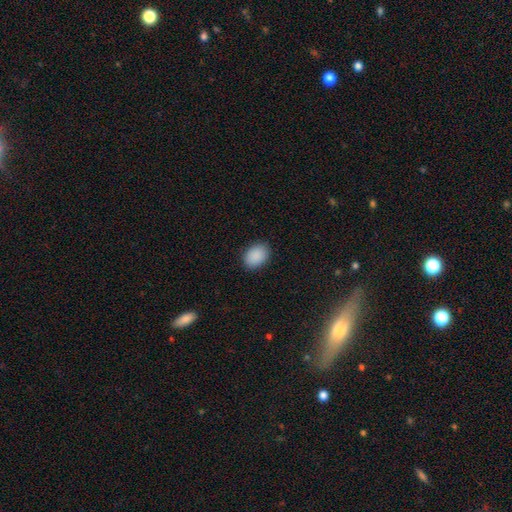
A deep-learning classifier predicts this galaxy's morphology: This is clearly a smooth galaxy (90%). How rounded: likely in between (75%). Merging: clearly none (88%).